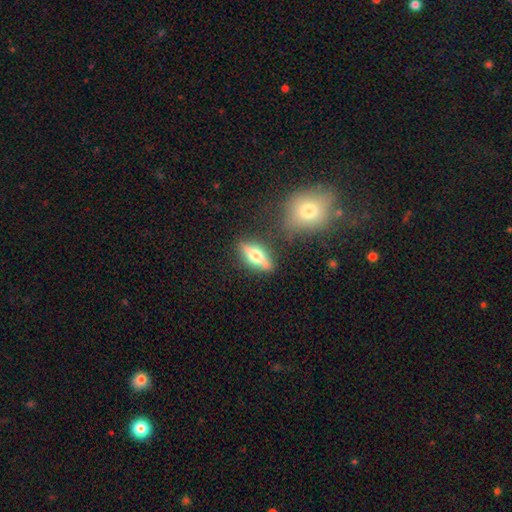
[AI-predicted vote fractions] This is possibly a featured or disk galaxy (51%). It is clearly viewed edge-on (88%). Merging: likely none (79%).